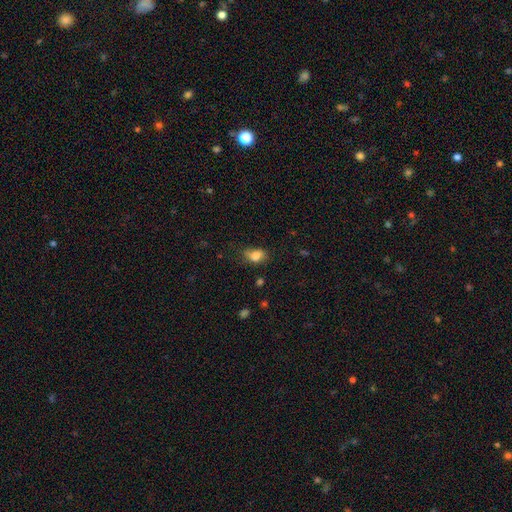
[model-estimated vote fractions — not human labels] smooth_or_featured: smooth (p=0.77) [alt: featured or disk p=0.12]
how_rounded: in between (p=0.77) [alt: round p=0.21]
merging: none (p=0.46) [alt: minor disturbance p=0.33]